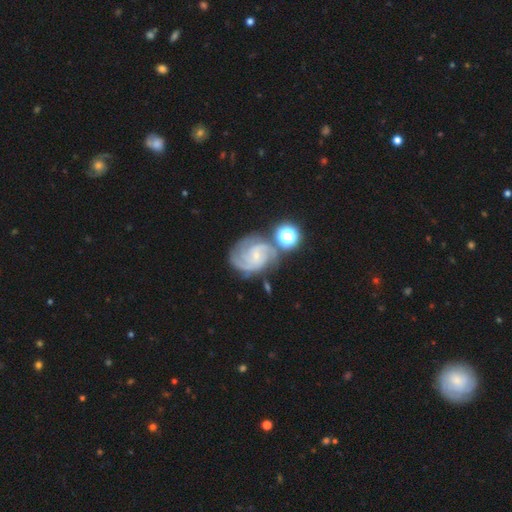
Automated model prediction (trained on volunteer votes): A featured or disk galaxy (86%) with no bar (61%), 3 (39%) tight (50%) spiral arms (98%) and a small central bulge (78%).

Vote fractions:
- Smooth or featured? featured or disk: 86% / star or artifact: 7% / smooth: 7%
- Edge-on disk? no: 98% / yes: 2%
- Bar? no: 61% / weak: 33% / strong: 6%
- Spiral arms? yes: 98% / no: 2%
- Spiral winding? tight: 50% / medium: 41% / loose: 9%
- Spiral arm count? 3: 39% / 2: 24% / can't tell: 16% / 4: 11% / more than 4: 5% / 1: 5%
- Bulge size? small: 78% / moderate: 14% / none: 6% / large: 1% / dominant: 1%
- Merging? none: 60% / minor disturbance: 20% / merger: 11% / major disturbance: 9%